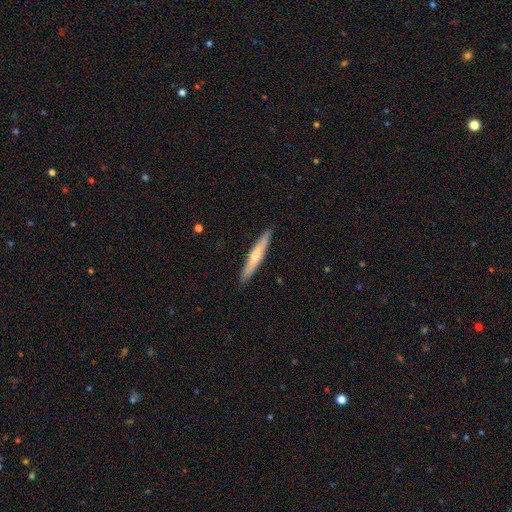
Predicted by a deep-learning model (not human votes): This is possibly a smooth galaxy (49%). Merging: clearly none (91%).